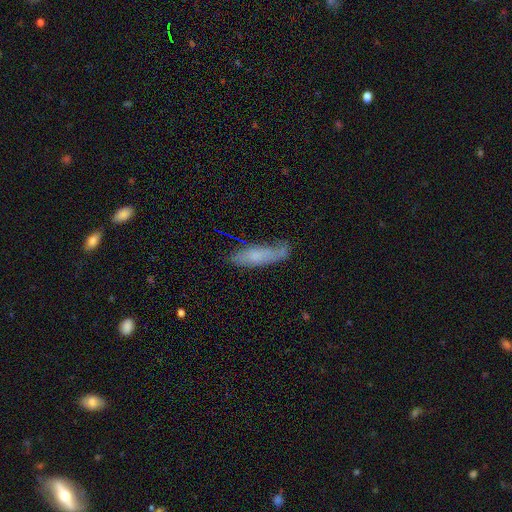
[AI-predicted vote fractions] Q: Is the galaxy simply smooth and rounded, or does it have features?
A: smooth — 56%.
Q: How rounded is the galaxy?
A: cigar-shaped — 67%.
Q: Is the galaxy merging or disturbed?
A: none — 61%.